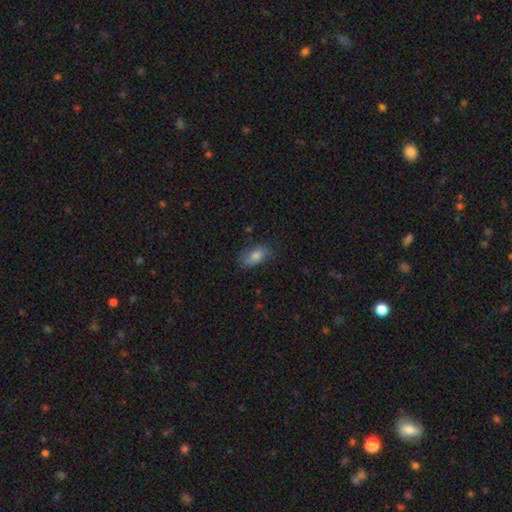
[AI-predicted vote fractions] Morphology: type=smooth (75%); roundness=in between (87%); merging=none (75%).